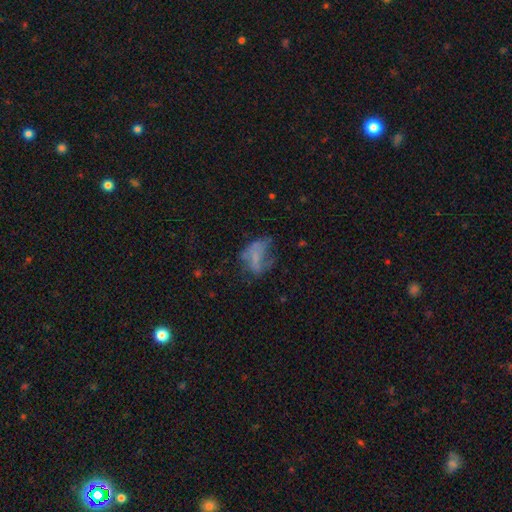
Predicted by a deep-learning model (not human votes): Q: Smooth or featured?
A: featured or disk (45%); runner-up: smooth (37%)
Q: Merging?
A: major disturbance (37%); runner-up: none (35%)